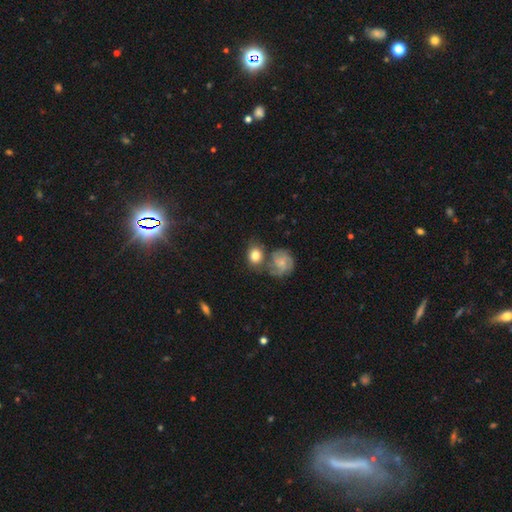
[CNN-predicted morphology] This is likely a smooth galaxy (73%). How rounded: likely round (61%). Merging: possibly none (52%).